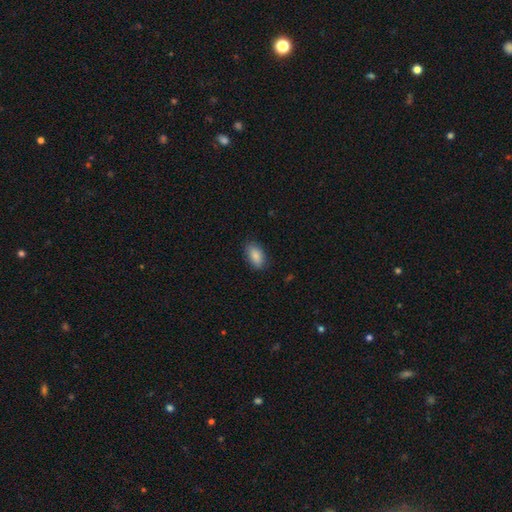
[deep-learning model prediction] smooth_or_featured: smooth (p=0.87) [alt: star or artifact p=0.07]
how_rounded: in between (p=0.92) [alt: round p=0.05]
merging: none (p=0.84) [alt: minor disturbance p=0.12]